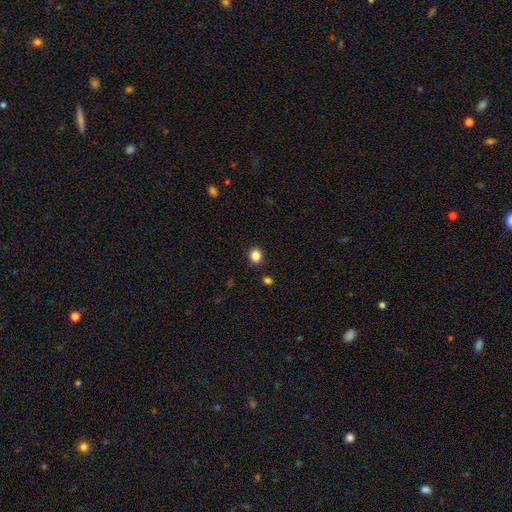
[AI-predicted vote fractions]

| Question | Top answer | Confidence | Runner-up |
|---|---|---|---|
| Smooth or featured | smooth | 85% | star or artifact (11%) |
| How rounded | round | 79% | in between (20%) |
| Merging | none | 91% | minor disturbance (6%) |